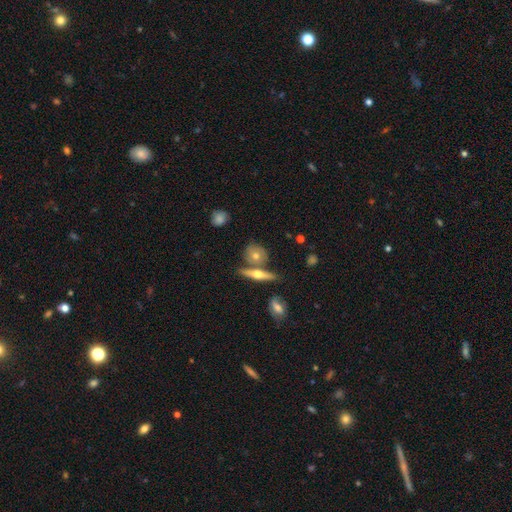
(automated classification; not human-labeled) Smooth or featured?
  - smooth: 55% *
  - featured or disk: 36%
  - star or artifact: 9%
How rounded?
  - round: 58% *
  - in between: 32%
  - cigar-shaped: 9%
Merging?
  - none: 63% *
  - merger: 21%
  - minor disturbance: 12%
  - major disturbance: 4%